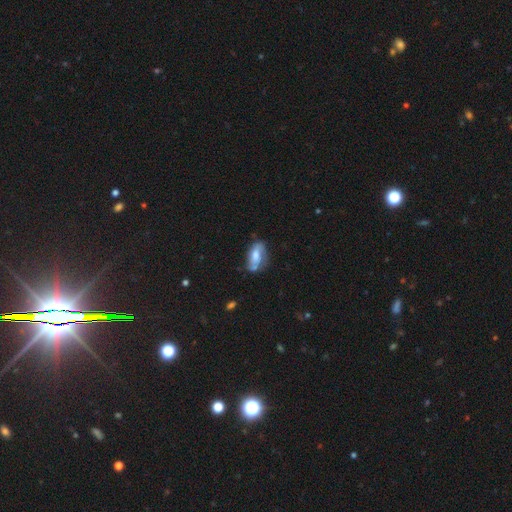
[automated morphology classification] Overall: smooth (53%; featured or disk 40%). How rounded: in between (87%). Merging: none (47%; minor disturbance 28%).